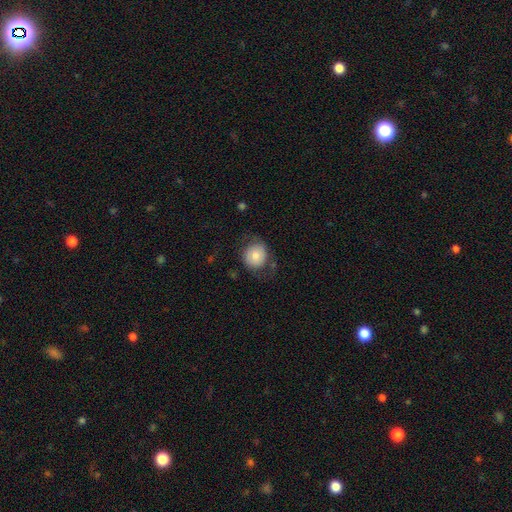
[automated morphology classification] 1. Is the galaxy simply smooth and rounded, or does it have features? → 73% smooth, 19% featured or disk, 8% star or artifact.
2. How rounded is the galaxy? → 84% round, 15% in between, 1% cigar-shaped.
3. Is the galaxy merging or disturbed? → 65% none, 21% minor disturbance, 13% major disturbance, 2% merger.